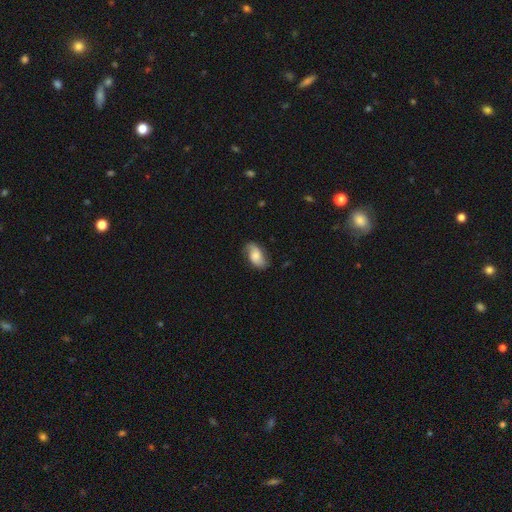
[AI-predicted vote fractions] This appears to be a featured or disk galaxy (48%). Merging: none (73%).